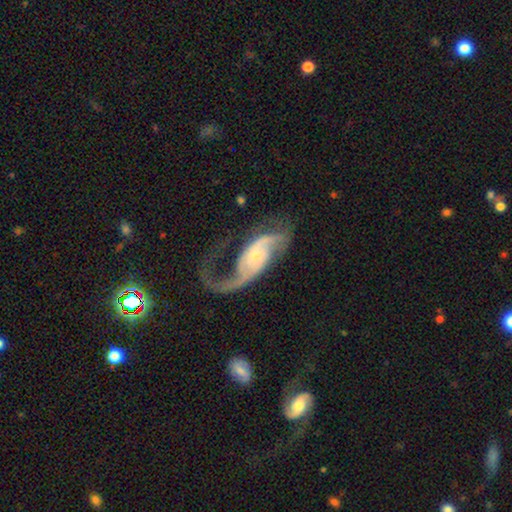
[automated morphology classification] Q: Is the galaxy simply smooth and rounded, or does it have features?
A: featured or disk — 87%.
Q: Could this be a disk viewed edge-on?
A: no — 95%.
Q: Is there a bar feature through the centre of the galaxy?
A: no — 59%.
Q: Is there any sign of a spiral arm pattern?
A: yes — 96%.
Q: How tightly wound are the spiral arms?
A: loose — 55%.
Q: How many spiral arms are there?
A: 2 — 76%.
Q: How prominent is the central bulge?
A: small — 64%.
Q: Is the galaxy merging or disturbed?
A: none — 47%.